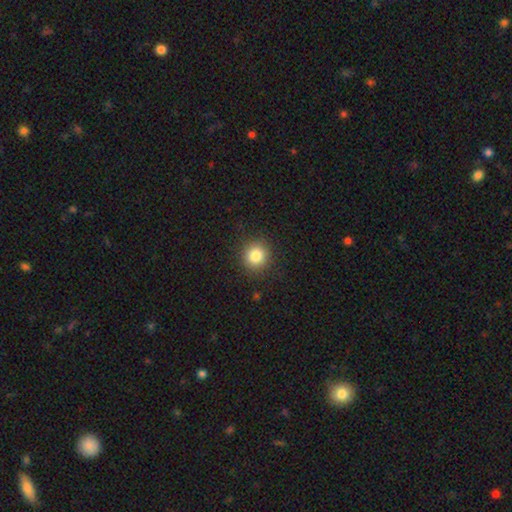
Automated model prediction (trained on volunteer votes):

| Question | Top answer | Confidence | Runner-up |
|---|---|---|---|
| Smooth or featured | smooth | 84% | star or artifact (11%) |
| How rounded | round | 90% | in between (9%) |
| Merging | none | 90% | minor disturbance (7%) |